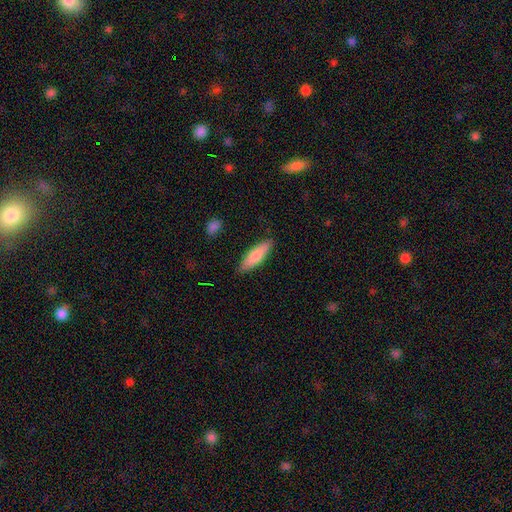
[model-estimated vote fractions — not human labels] smooth_or_featured: smooth (p=0.78) [alt: featured or disk p=0.16]
how_rounded: cigar-shaped (p=0.59) [alt: in between p=0.39]
merging: none (p=0.86) [alt: minor disturbance p=0.10]